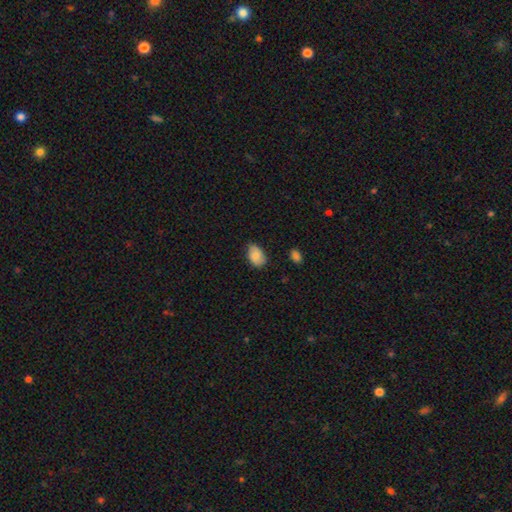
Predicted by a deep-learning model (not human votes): A smooth galaxy with no disk features (82%) that is in between round and cigar-shaped (88%). Merging: none (71%).